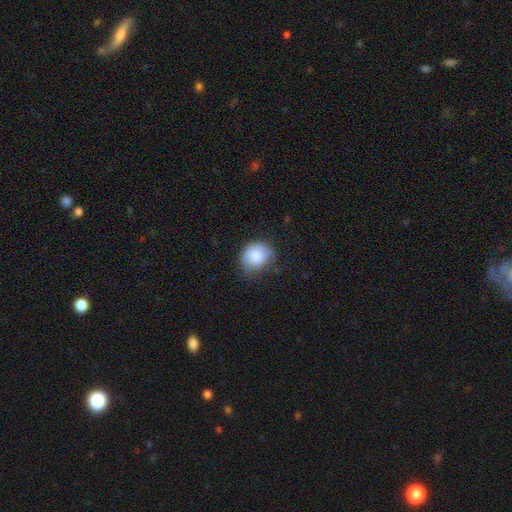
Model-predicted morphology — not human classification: Smooth or featured: smooth — 82% (featured or disk — 11%)
How rounded: round — 69% (in between — 30%)
Merging: none — 54% (minor disturbance — 34%)